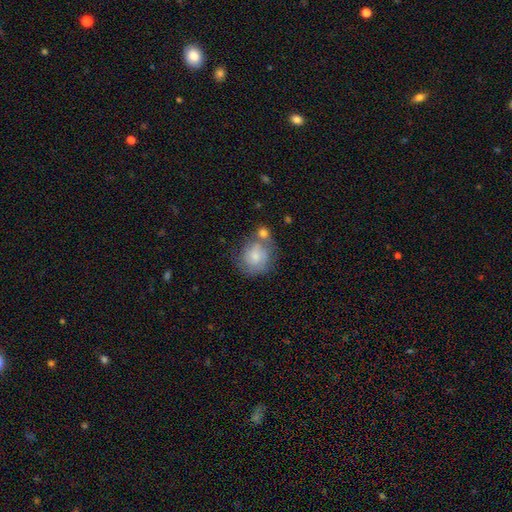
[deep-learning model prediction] The model was most divided on "merging": none: 45%, merger: 26%, minor disturbance: 20%, major disturbance: 9%. More confident: how rounded — round (79%); smooth or featured — smooth (65%).